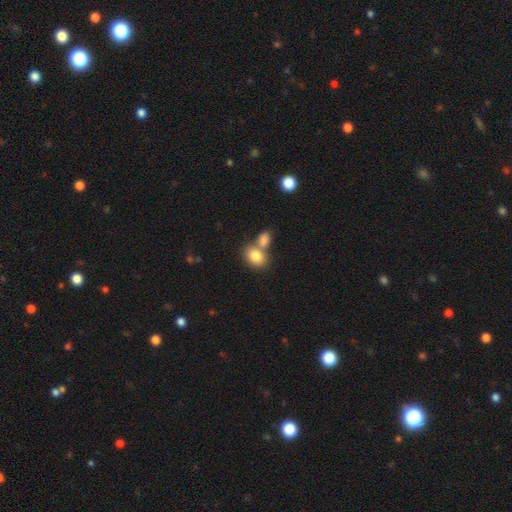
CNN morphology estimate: The model was most divided on "merging": merger: 48%, none: 40%, minor disturbance: 9%, major disturbance: 3%. More confident: smooth or featured — smooth (82%); how rounded — in between (68%).